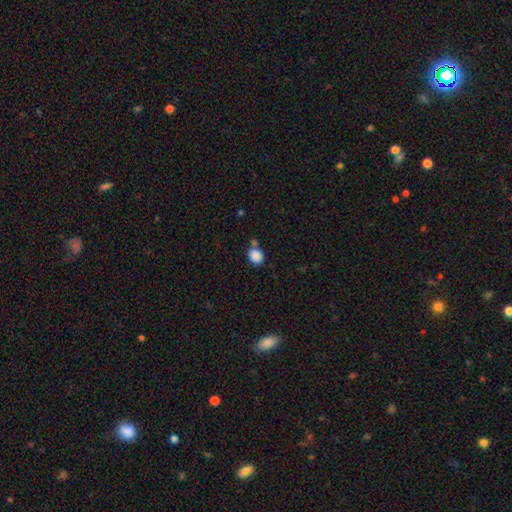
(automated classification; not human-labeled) Smooth or featured? smooth (87%)
How rounded? round (53%)
Merging? none (68%)